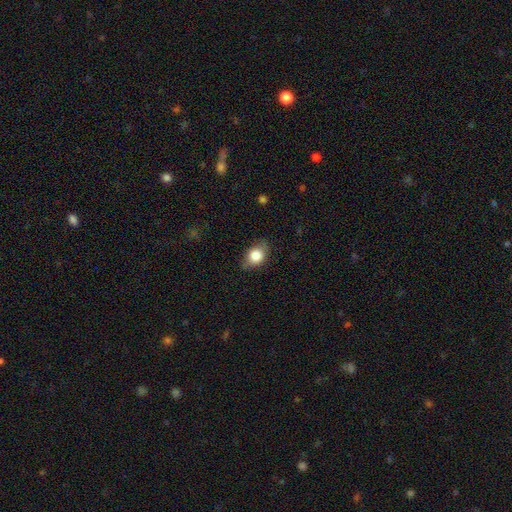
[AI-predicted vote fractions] Smooth or featured: smooth — 78% (featured or disk — 14%)
How rounded: in between — 67% (round — 31%)
Merging: none — 74% (minor disturbance — 20%)